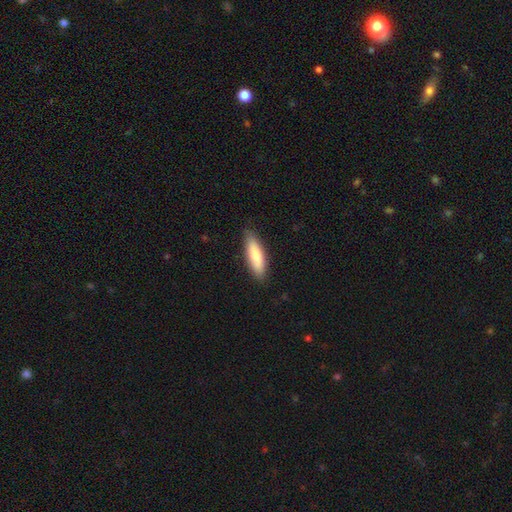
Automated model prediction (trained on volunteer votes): smooth_or_featured: smooth (p=0.82) [alt: featured or disk p=0.13]
how_rounded: cigar-shaped (p=0.57) [alt: in between p=0.42]
merging: none (p=0.82) [alt: minor disturbance p=0.14]